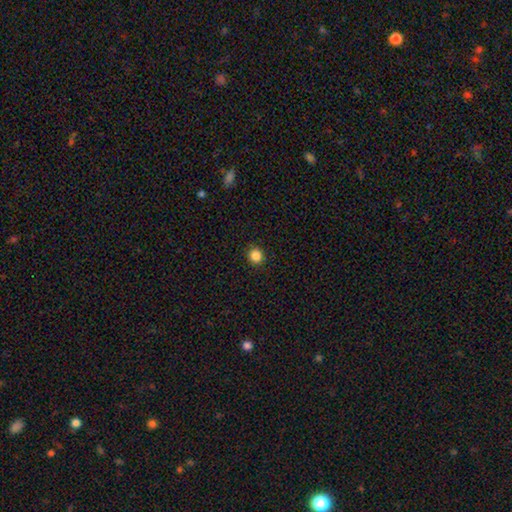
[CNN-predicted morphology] Smooth or featured? smooth (86%)
How rounded? round (91%)
Merging? none (92%)